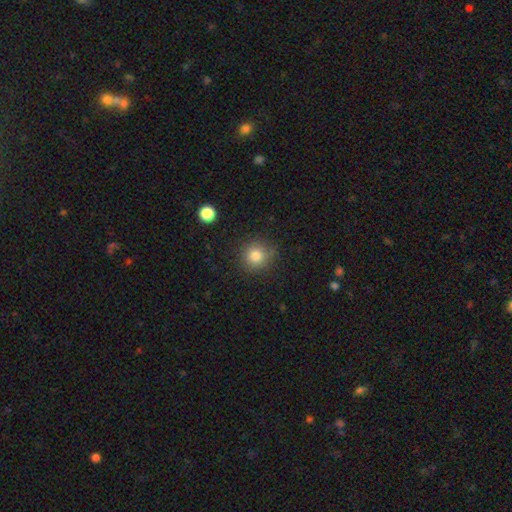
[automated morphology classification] A smooth galaxy with no disk features (82%) that is round (92%). Merging: none (83%).